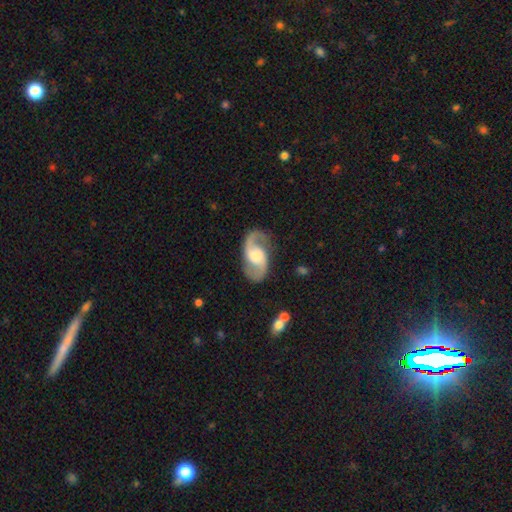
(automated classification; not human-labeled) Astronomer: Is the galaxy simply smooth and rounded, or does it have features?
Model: featured or disk — 89%.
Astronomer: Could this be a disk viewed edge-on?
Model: no — 98%.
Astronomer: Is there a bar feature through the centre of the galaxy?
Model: weak — 46% (runner-up: no, 39%).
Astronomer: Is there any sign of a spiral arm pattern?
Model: yes — 97%.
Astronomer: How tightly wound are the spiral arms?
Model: medium — 50% (runner-up: loose, 39%).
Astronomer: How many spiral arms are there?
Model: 2 — 93%.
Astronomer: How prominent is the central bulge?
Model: moderate — 39% (runner-up: small, 25%).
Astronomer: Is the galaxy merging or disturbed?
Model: none — 80%.